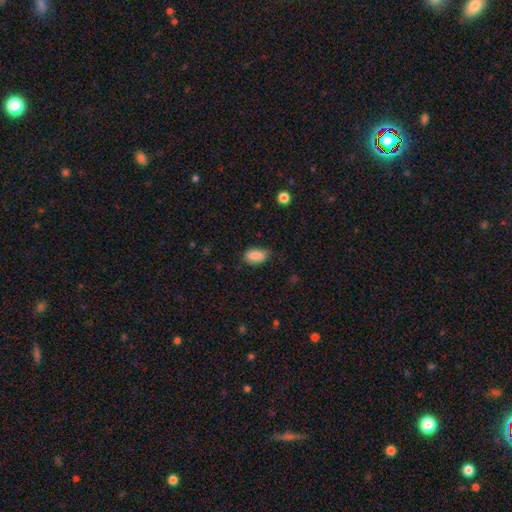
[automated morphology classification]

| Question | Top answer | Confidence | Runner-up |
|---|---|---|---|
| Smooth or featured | smooth | 86% | star or artifact (8%) |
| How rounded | in between | 91% | round (6%) |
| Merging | none | 72% | minor disturbance (22%) |